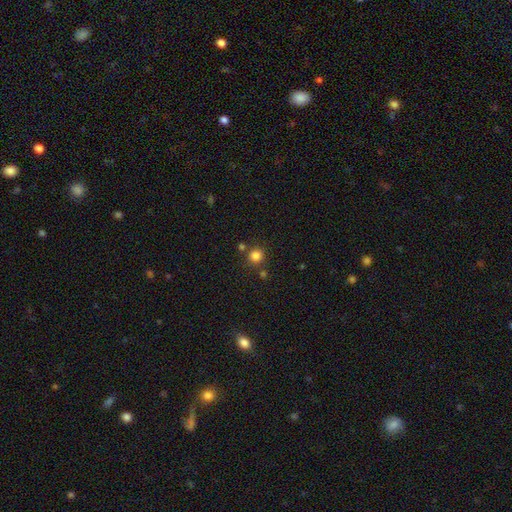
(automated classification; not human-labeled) Smooth or featured? Predicted: smooth (p=0.81). How rounded? Predicted: round (p=0.92). Merging? Predicted: none (p=0.78).